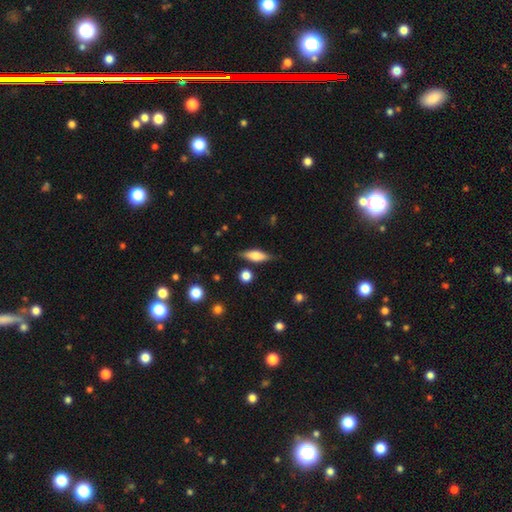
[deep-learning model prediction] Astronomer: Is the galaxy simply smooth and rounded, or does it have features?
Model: smooth — 57% (runner-up: featured or disk, 36%).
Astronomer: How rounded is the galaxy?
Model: in between — 57% (runner-up: cigar-shaped, 40%).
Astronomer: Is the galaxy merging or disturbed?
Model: none — 79%.